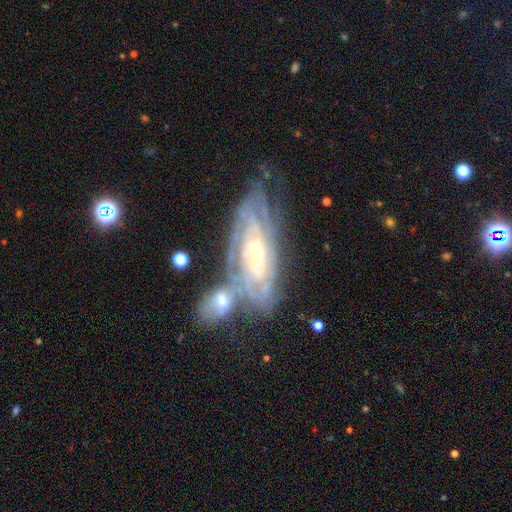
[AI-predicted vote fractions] Q: Smooth or featured?
A: featured or disk (85%); runner-up: smooth (9%)
Q: Edge-on disk?
A: no (90%); runner-up: yes (10%)
Q: Bar?
A: no (50%); runner-up: weak (34%)
Q: Spiral arms?
A: yes (93%); runner-up: no (7%)
Q: Spiral winding?
A: tight (78%); runner-up: medium (18%)
Q: Spiral arm count?
A: can't tell (53%); runner-up: 2 (12%)
Q: Bulge size?
A: small (59%); runner-up: moderate (34%)
Q: Merging?
A: none (42%); runner-up: merger (31%)